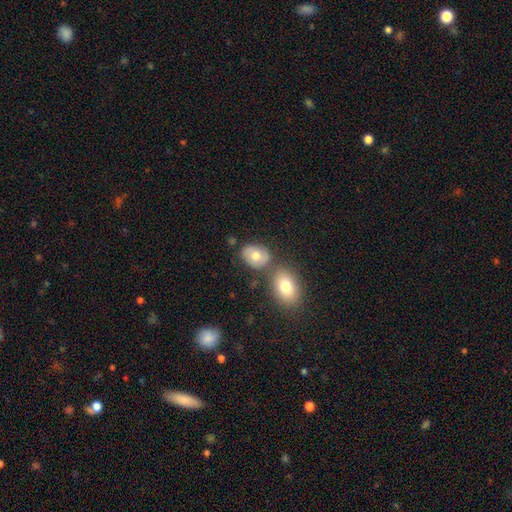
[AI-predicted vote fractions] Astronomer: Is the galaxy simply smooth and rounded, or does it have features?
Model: smooth — 69%.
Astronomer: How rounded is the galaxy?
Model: in between — 70%.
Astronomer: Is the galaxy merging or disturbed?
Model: none — 60%.